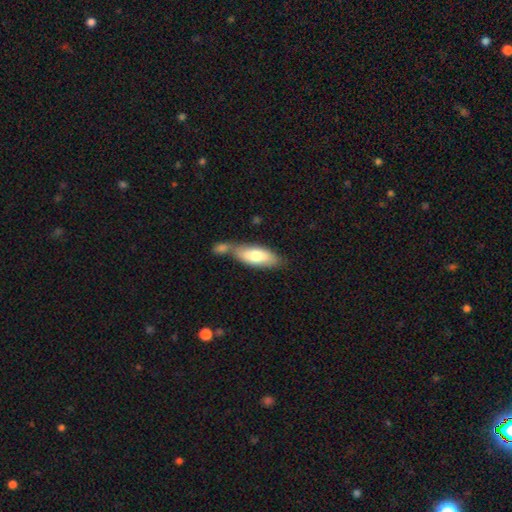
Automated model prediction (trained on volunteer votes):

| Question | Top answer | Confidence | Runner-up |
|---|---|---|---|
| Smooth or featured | smooth | 70% | featured or disk (24%) |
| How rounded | in between | 75% | cigar-shaped (23%) |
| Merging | none | 41% | merger (39%) |